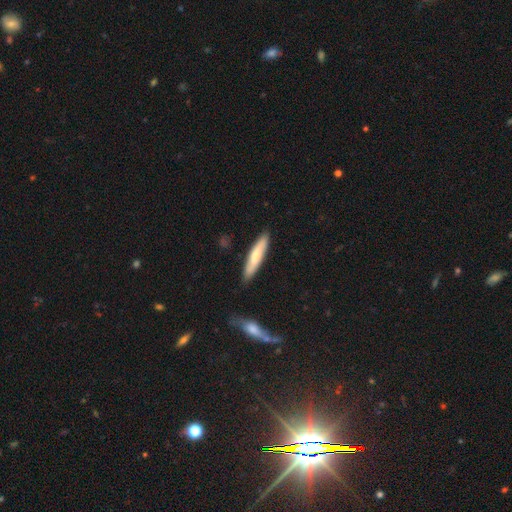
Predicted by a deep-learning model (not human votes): A smooth galaxy with no disk features (65%) that is cigar-shaped (82%).

Vote fractions:
- Smooth or featured? smooth: 65% / featured or disk: 30% / star or artifact: 5%
- How rounded? cigar-shaped: 82% / in between: 16% / round: 1%
- Merging? none: 86% / minor disturbance: 10% / major disturbance: 2% / merger: 2%